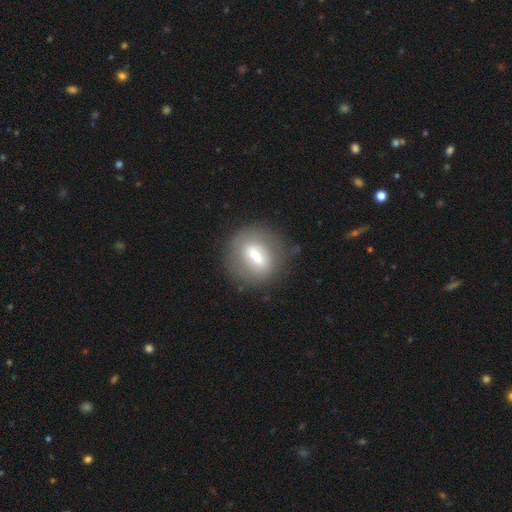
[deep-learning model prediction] The model was most divided on "smooth or featured" (2-way tie): featured or disk: 46%, smooth: 46%, star or artifact: 8%. More confident: merging — none (74%).